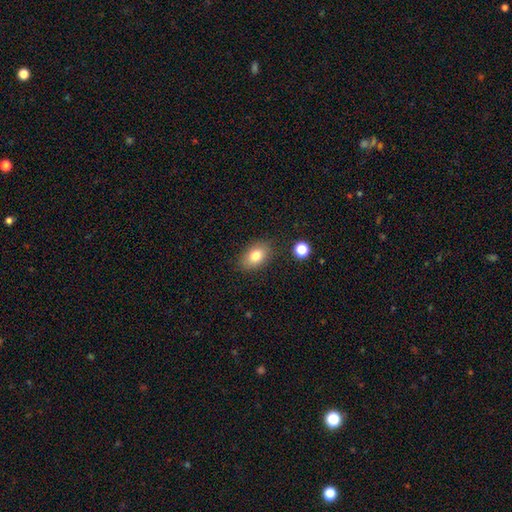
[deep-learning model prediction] Smooth or featured? Predicted: smooth (p=0.80). How rounded? Predicted: in between (p=0.84). Merging? Predicted: none (p=0.83).